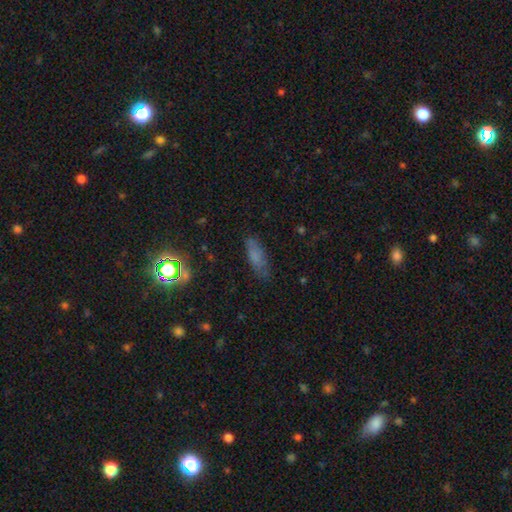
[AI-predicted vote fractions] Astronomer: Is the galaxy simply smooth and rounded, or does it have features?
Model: smooth — 70%.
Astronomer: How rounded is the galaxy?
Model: in between — 60% (runner-up: cigar-shaped, 36%).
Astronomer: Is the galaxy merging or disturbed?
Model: none — 73%.